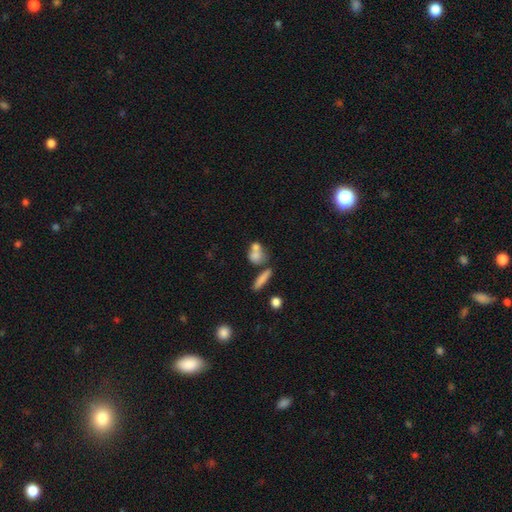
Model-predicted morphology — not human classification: Smooth or featured? Predicted: smooth (p=0.73). How rounded? Predicted: in between (p=0.44). Merging? Predicted: merger (p=0.44).